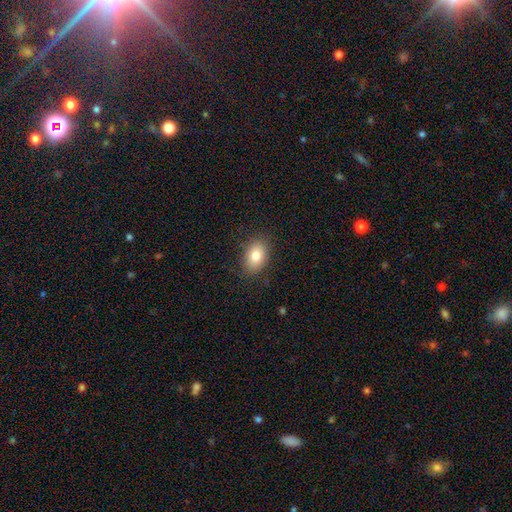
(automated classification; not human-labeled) The model was most divided on "how rounded": in between: 85%, round: 14%, cigar-shaped: 1%. More confident: merging — none (86%); smooth or featured — smooth (82%).